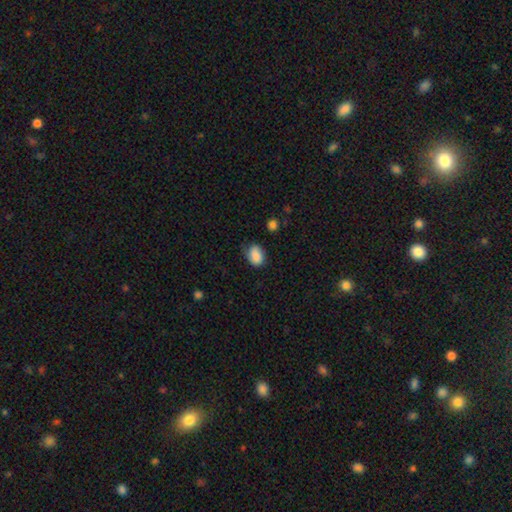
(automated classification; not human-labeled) The model was most divided on "merging": none: 65%, minor disturbance: 27%, major disturbance: 6%, merger: 2%. More confident: smooth or featured — smooth (86%); how rounded — in between (71%).